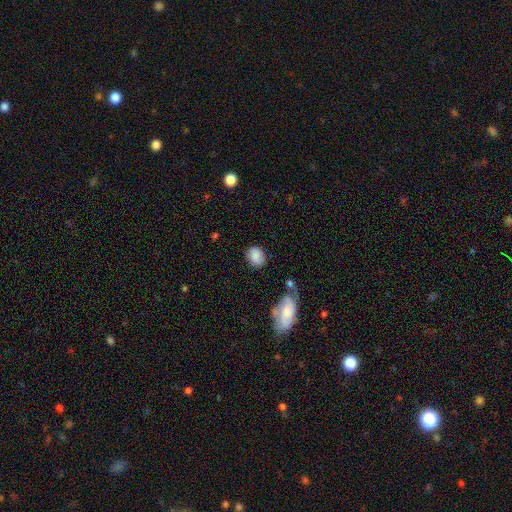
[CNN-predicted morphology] This appears to be a smooth galaxy with no disk features (83%) that is in between round and cigar-shaped (57%). Merging: none (72%).